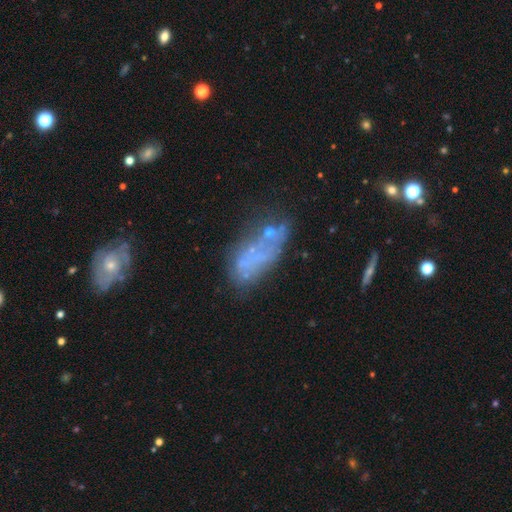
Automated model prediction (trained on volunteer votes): This is marginally a featured or disk galaxy (44%). Merging: marginally none (41%).